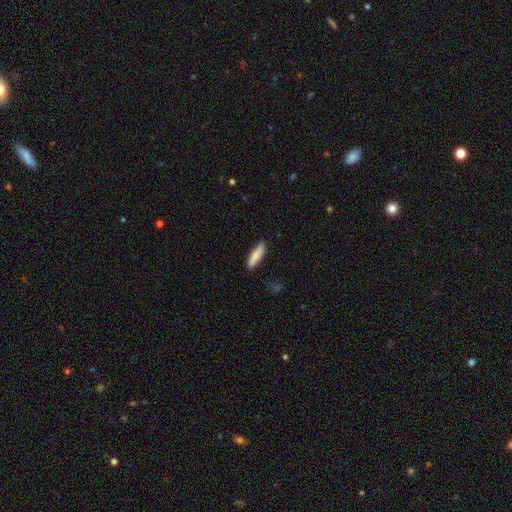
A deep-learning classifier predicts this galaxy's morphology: Overall: smooth (84%). How rounded: cigar-shaped (65%; in between 33%). Merging: none (87%).